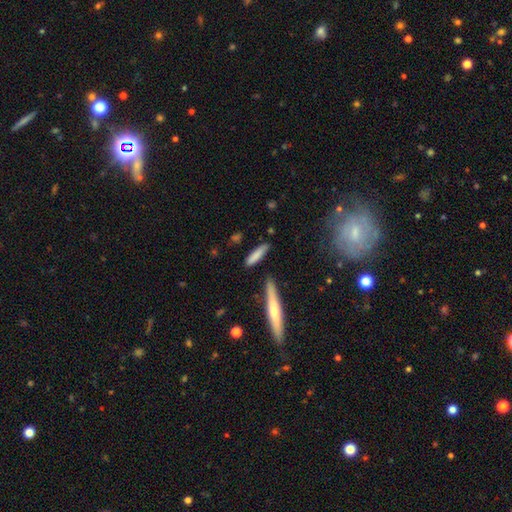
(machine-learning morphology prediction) Smooth or featured: smooth — 80% (featured or disk — 14%)
How rounded: cigar-shaped — 76% (in between — 22%)
Merging: none — 80% (minor disturbance — 13%)